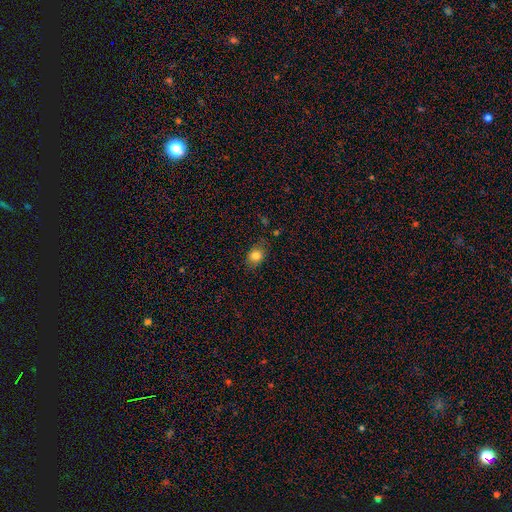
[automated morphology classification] Smooth or featured: smooth — 82% (star or artifact — 11%)
How rounded: in between — 50% (round — 49%)
Merging: none — 77% (minor disturbance — 17%)